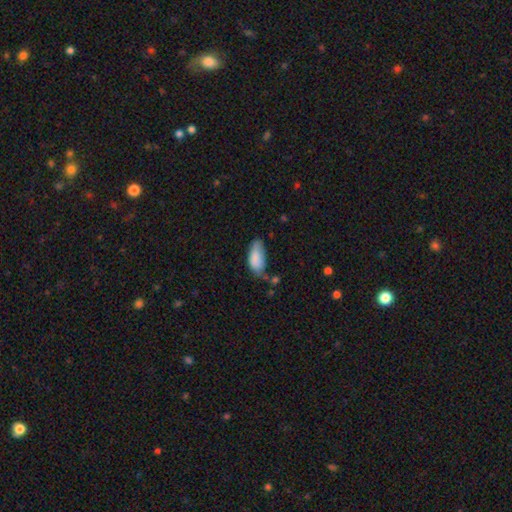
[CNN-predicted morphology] Q: Smooth or featured?
A: smooth (84%); runner-up: featured or disk (9%)
Q: How rounded?
A: in between (90%); runner-up: cigar-shaped (8%)
Q: Merging?
A: none (44%); runner-up: minor disturbance (38%)